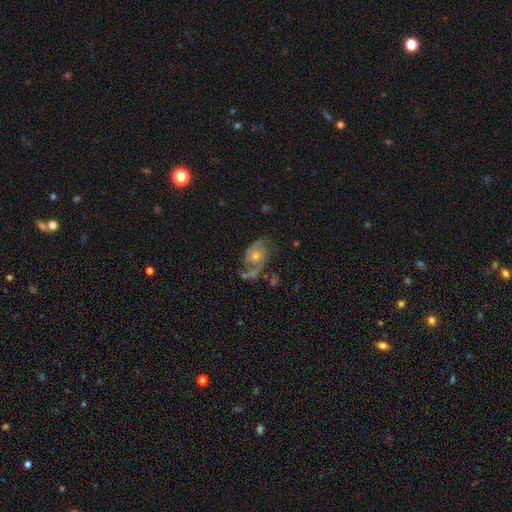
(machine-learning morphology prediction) This appears to be a featured or disk galaxy (81%) with no bar (72%), 2 (85%) medium (48%) spiral arms (93%) and a moderate central bulge (60%). Merging: none (55%).